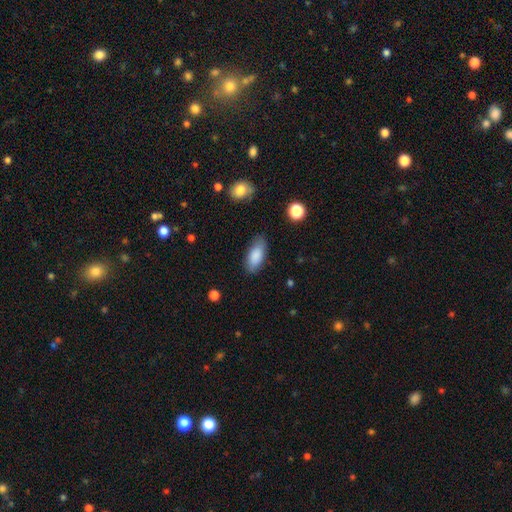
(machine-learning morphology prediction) A smooth galaxy with no disk features (86%) that is in between round and cigar-shaped (88%). Merging: none (80%).